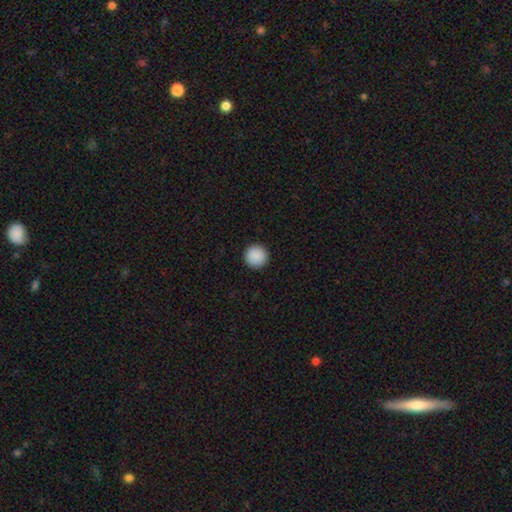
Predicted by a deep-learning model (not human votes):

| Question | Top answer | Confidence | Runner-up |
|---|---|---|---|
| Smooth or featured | smooth | 90% | star or artifact (8%) |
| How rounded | round | 97% | in between (2%) |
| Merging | none | 94% | minor disturbance (4%) |